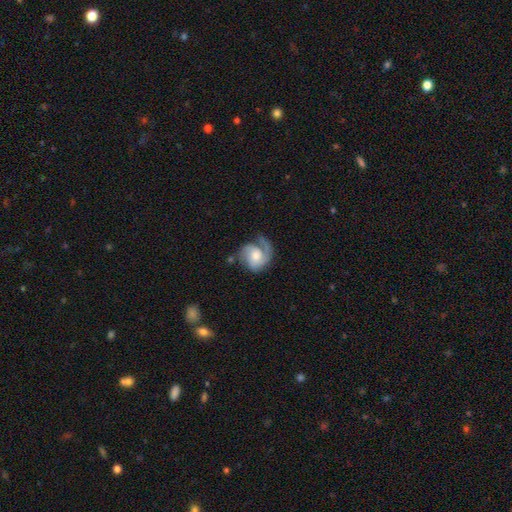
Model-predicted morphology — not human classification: Smooth or featured? featured or disk (75%)
Edge-on disk? no (98%)
Bar? no (64%)
Spiral arms? yes (93%)
Spiral winding? medium (43%)
Spiral arm count? 1 (44%)
Bulge size? moderate (55%)
Merging? none (50%)